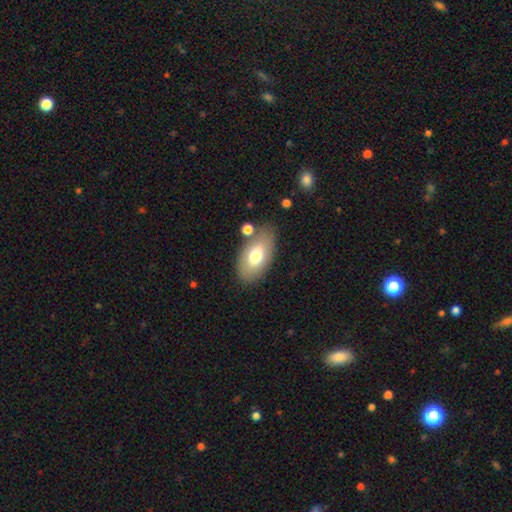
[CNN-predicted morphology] A smooth galaxy with no disk features (72%) that is in between round and cigar-shaped (93%). Merging: none (75%).